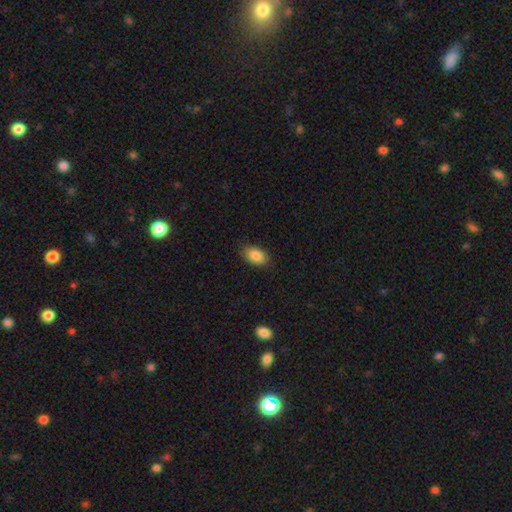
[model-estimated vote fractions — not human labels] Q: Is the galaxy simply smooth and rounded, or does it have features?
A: smooth — 87%.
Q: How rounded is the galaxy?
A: in between — 92%.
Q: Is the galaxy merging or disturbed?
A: none — 87%.